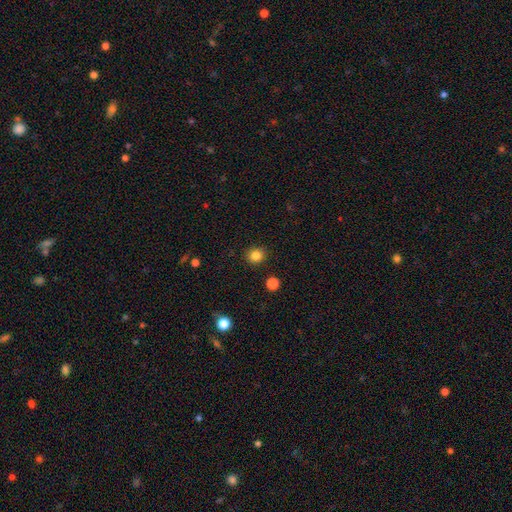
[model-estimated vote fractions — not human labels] Overall: smooth (83%). How rounded: round (87%). Merging: none (91%).